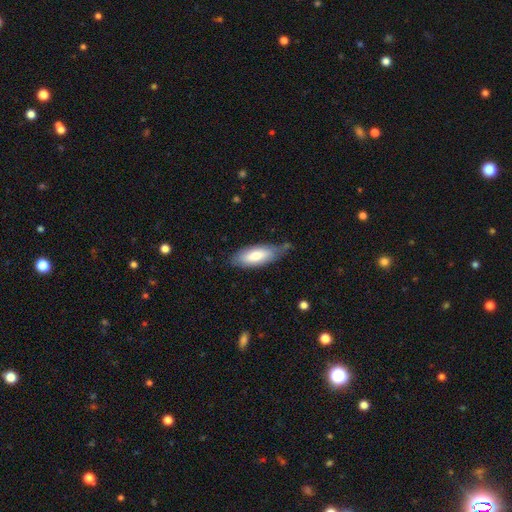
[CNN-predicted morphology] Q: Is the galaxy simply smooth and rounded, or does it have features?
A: smooth — 74%.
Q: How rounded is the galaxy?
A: in between — 73%.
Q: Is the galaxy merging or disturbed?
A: none — 66%.